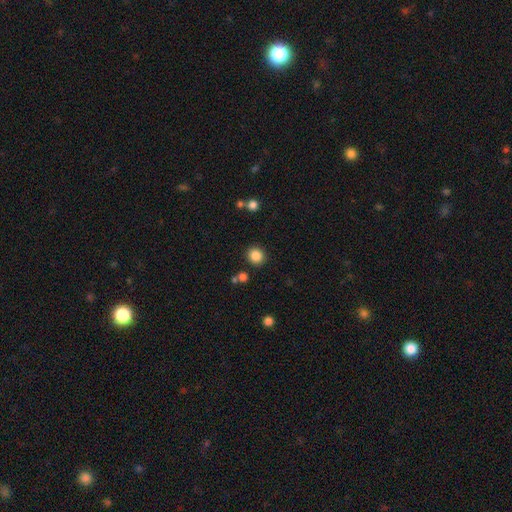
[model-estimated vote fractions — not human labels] Smooth or featured?
  - smooth: 85% *
  - star or artifact: 11%
  - featured or disk: 4%
How rounded?
  - round: 89% *
  - in between: 10%
  - cigar-shaped: 1%
Merging?
  - none: 88% *
  - minor disturbance: 6%
  - merger: 3%
  - major disturbance: 2%